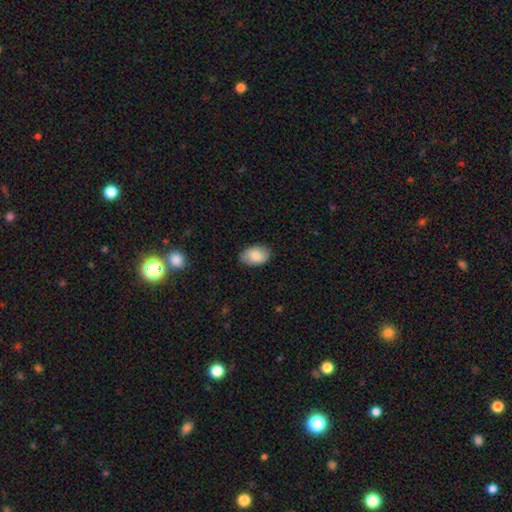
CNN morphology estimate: This appears to be a smooth galaxy with no disk features (83%) that is in between round and cigar-shaped (90%). Merging: none (83%).